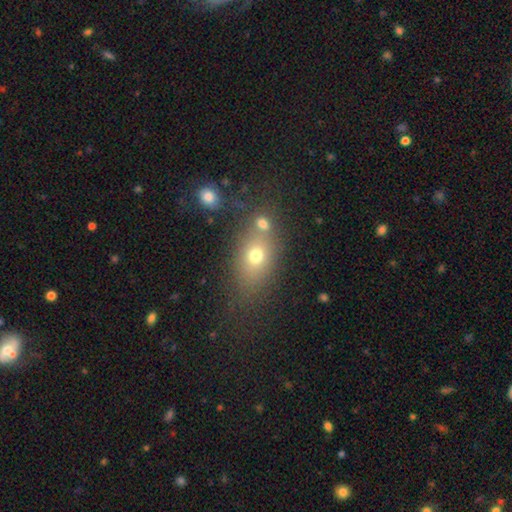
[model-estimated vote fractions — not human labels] smooth_or_featured: smooth (p=0.68) [alt: featured or disk p=0.17]
how_rounded: in between (p=0.69) [alt: round p=0.27]
merging: none (p=0.59) [alt: merger p=0.23]